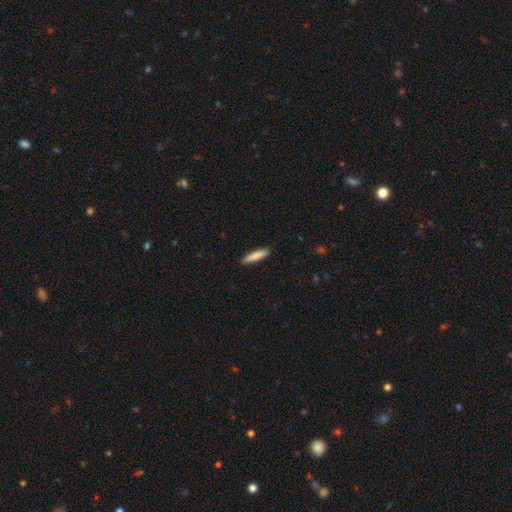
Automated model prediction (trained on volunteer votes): A smooth galaxy with no disk features (84%) that is cigar-shaped (82%).

Vote fractions:
- Smooth or featured? smooth: 84% / featured or disk: 10% / star or artifact: 5%
- How rounded? cigar-shaped: 82% / in between: 17% / round: 1%
- Merging? none: 90% / minor disturbance: 8% / major disturbance: 2% / merger: 1%